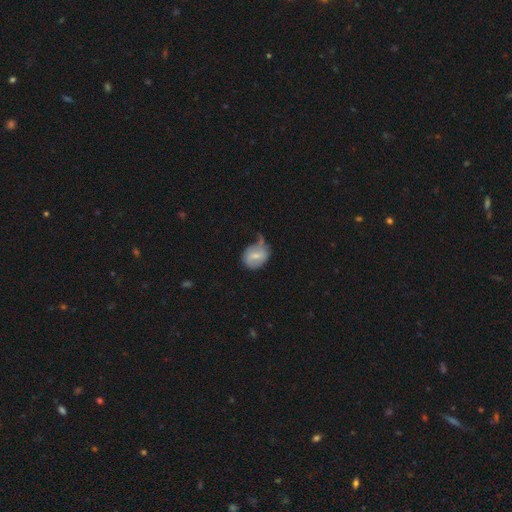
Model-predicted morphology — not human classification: Q: Smooth or featured?
A: smooth (57%); runner-up: featured or disk (36%)
Q: How rounded?
A: round (51%); runner-up: in between (48%)
Q: Merging?
A: none (42%); runner-up: minor disturbance (34%)